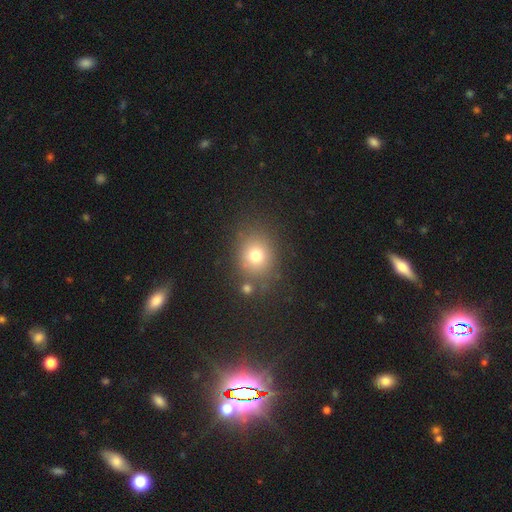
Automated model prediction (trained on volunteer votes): The model was most divided on "how rounded": round: 70%, in between: 29%, cigar-shaped: 1%. More confident: merging — none (77%); smooth or featured — smooth (75%).